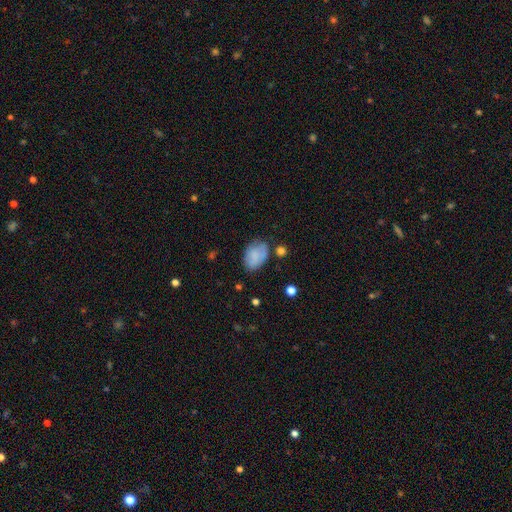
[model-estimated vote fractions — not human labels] smooth_or_featured: smooth (p=0.75) [alt: featured or disk p=0.16]
how_rounded: in between (p=0.85) [alt: round p=0.14]
merging: none (p=0.60) [alt: minor disturbance p=0.25]